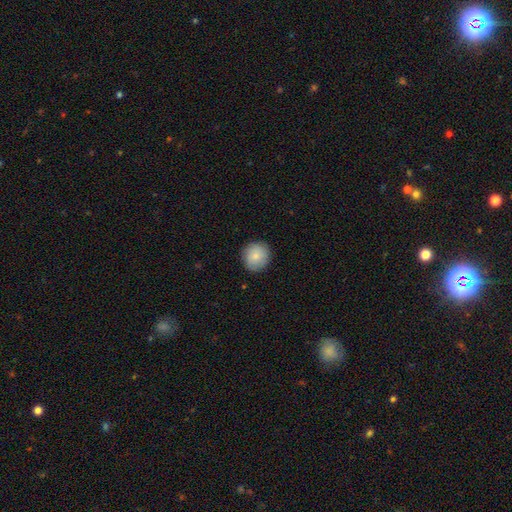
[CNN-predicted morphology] Smooth or featured?
  - smooth: 86% *
  - featured or disk: 7%
  - star or artifact: 7%
How rounded?
  - round: 86% *
  - in between: 13%
  - cigar-shaped: 1%
Merging?
  - none: 88% *
  - minor disturbance: 9%
  - major disturbance: 2%
  - merger: 1%